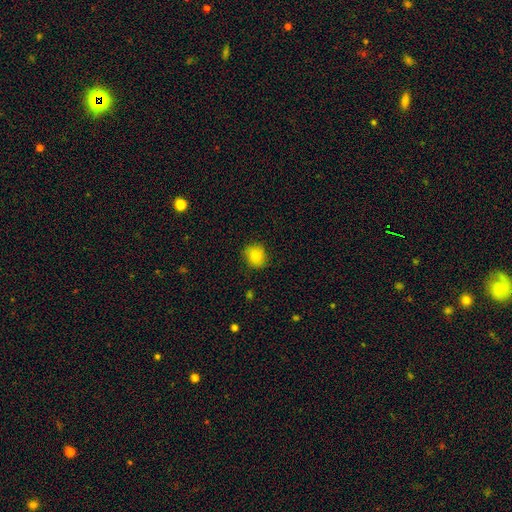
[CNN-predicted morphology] Q: Smooth or featured?
A: smooth (84%); runner-up: star or artifact (10%)
Q: How rounded?
A: round (79%); runner-up: in between (20%)
Q: Merging?
A: none (84%); runner-up: minor disturbance (12%)